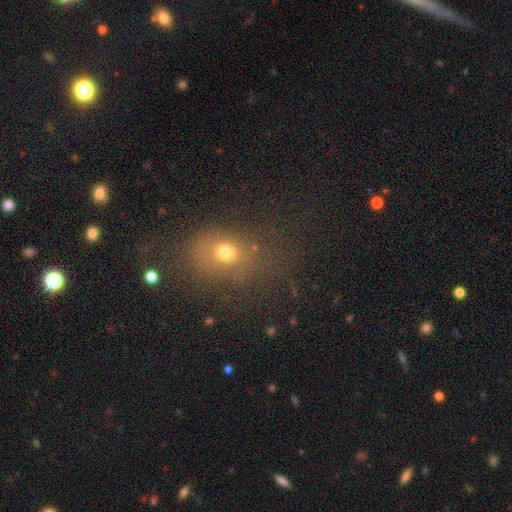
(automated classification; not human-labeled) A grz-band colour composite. It shows a smooth galaxy with no disk features (58%) that is in between round and cigar-shaped (53%). Merging: none (78%).